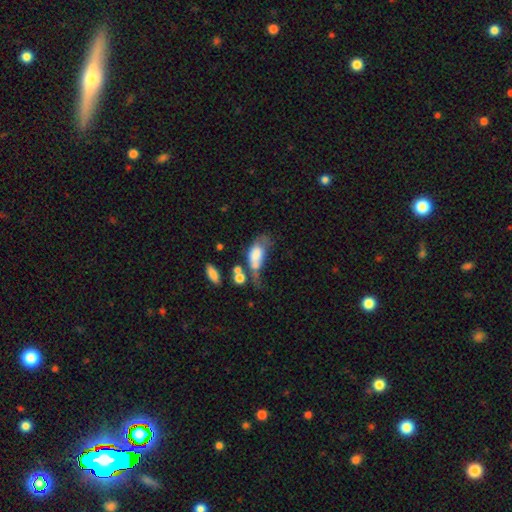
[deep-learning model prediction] A smooth galaxy with no disk features (63%) that is in between round and cigar-shaped (86%).

Vote fractions:
- Smooth or featured? smooth: 63% / featured or disk: 29% / star or artifact: 9%
- How rounded? in between: 86% / cigar-shaped: 8% / round: 7%
- Merging? major disturbance: 42% / merger: 29% / minor disturbance: 16% / none: 13%